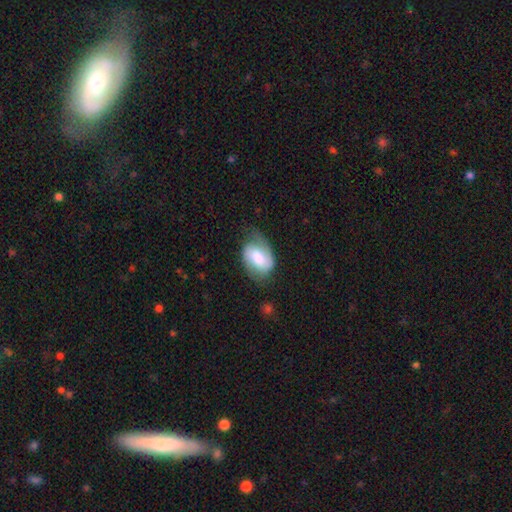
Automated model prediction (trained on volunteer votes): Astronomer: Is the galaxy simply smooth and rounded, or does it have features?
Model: featured or disk — 52% (runner-up: smooth, 41%).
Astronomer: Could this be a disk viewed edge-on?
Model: no — 96%.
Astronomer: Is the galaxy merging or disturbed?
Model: none — 50% (runner-up: minor disturbance, 31%).